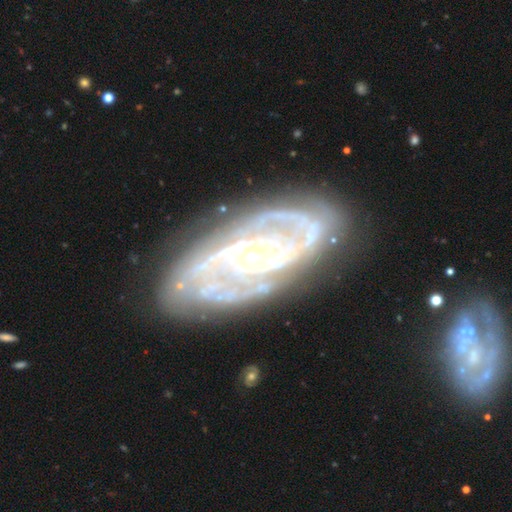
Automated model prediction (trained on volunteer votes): A featured or disk galaxy (88%) with no bar (51%), 2 (45%) tight (57%) spiral arms (95%) and a small central bulge (71%).

Vote fractions:
- Smooth or featured? featured or disk: 88% / smooth: 6% / star or artifact: 5%
- Edge-on disk? no: 94% / yes: 6%
- Bar? no: 51% / weak: 32% / strong: 17%
- Spiral arms? yes: 95% / no: 5%
- Spiral winding? tight: 57% / medium: 35% / loose: 8%
- Spiral arm count? 2: 45% / can't tell: 22% / 3: 17% / 4: 7% / more than 4: 5% / 1: 5%
- Bulge size? small: 71% / moderate: 25% / none: 2% / large: 2% / dominant: 1%
- Merging? none: 74% / minor disturbance: 16% / major disturbance: 7% / merger: 3%